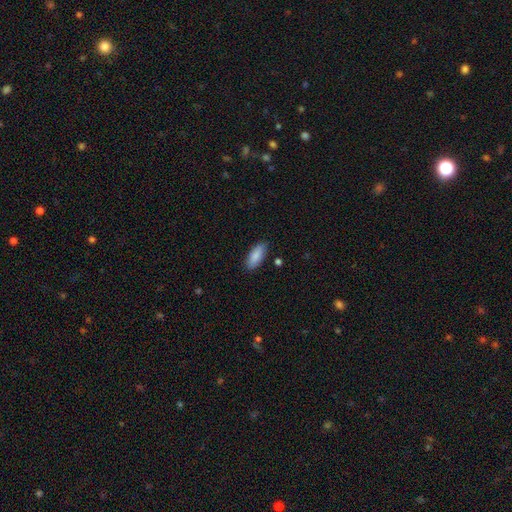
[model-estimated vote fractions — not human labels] smooth 88%, featured or disk 6%, star or artifact 6%. Down the decision tree: how rounded — in between (81%); merging — none (85%).